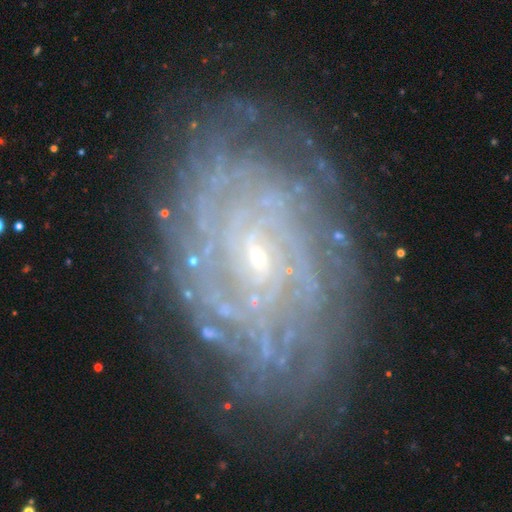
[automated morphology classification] smooth_or_featured: featured or disk (p=0.86) [alt: smooth p=0.08]
disk_edge_on: no (p=0.96) [alt: yes p=0.04]
bar: no (p=0.51) [alt: weak p=0.38]
has_spiral_arms: yes (p=0.93) [alt: no p=0.07]
spiral_winding: tight (p=0.78) [alt: medium p=0.17]
spiral_arm_count: can't tell (p=0.45) [alt: more than 4 p=0.17]
bulge_size: small (p=0.80) [alt: moderate p=0.14]
merging: none (p=0.78) [alt: minor disturbance p=0.15]